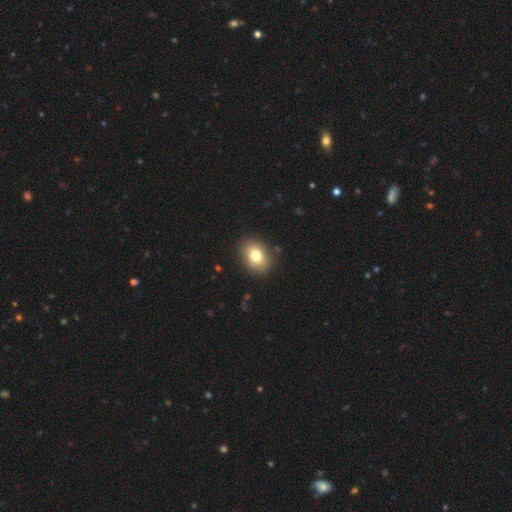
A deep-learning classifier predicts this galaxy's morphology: type=smooth (79%); roundness=in between (61%); merging=none (87%).